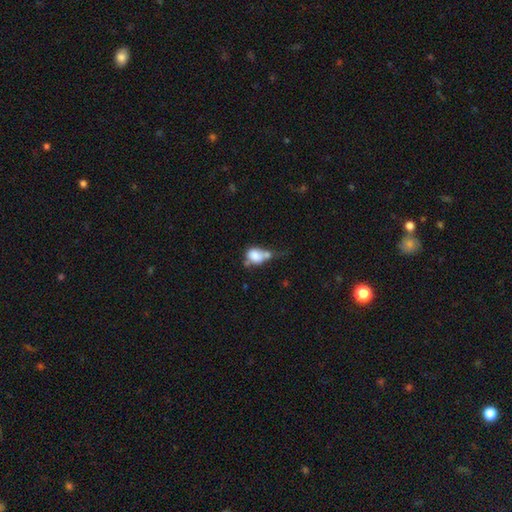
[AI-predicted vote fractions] Overall: smooth (71%). How rounded: in between (54%; round 44%). Merging: merger (47%; none 19%).